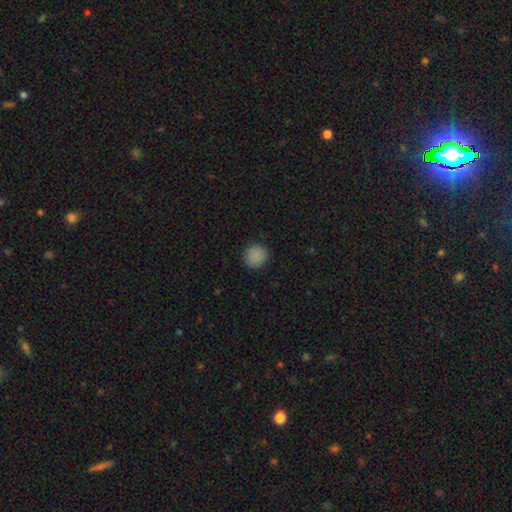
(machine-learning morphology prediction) Overall: smooth (86%). How rounded: round (91%). Merging: none (89%).